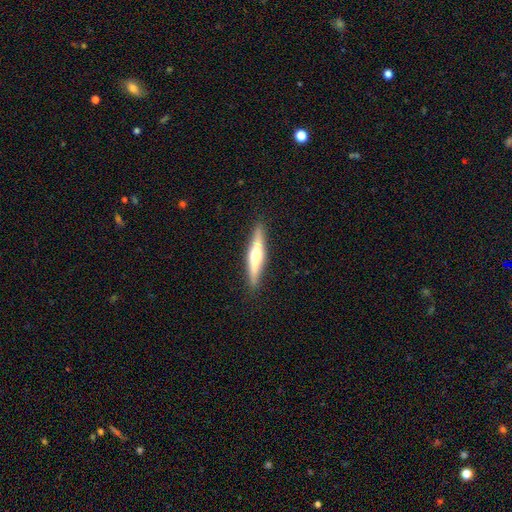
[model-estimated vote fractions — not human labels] Morphology: type=featured or disk (58%); edge-on=yes (95%); edge-on bulge=rounded (87%); merging=none (89%).